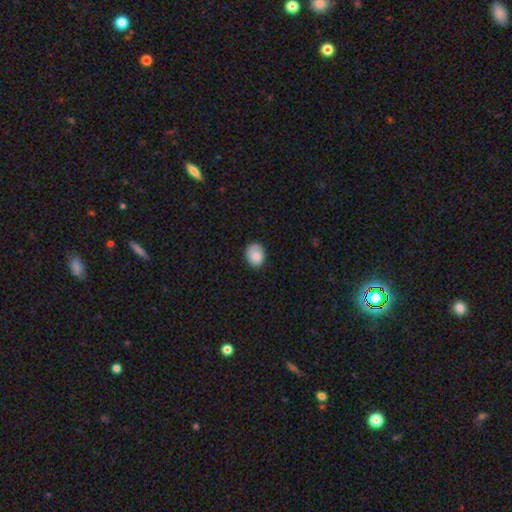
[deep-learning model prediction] Smooth or featured? Predicted: smooth (p=0.85). How rounded? Predicted: in between (p=0.51). Merging? Predicted: none (p=0.78).